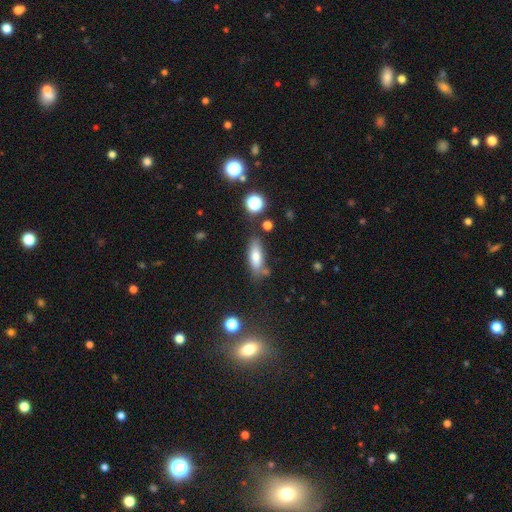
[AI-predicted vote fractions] Q: Smooth or featured?
A: smooth (74%); runner-up: featured or disk (17%)
Q: How rounded?
A: in between (63%); runner-up: cigar-shaped (35%)
Q: Merging?
A: none (69%); runner-up: minor disturbance (17%)